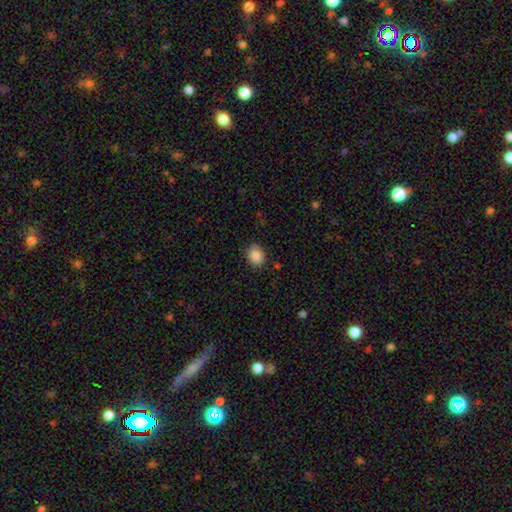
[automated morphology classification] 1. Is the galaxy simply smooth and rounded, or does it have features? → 87% smooth, 9% star or artifact, 4% featured or disk.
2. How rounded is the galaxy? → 60% round, 39% in between, 1% cigar-shaped.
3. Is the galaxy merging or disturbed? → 86% none, 11% minor disturbance, 2% major disturbance, 1% merger.